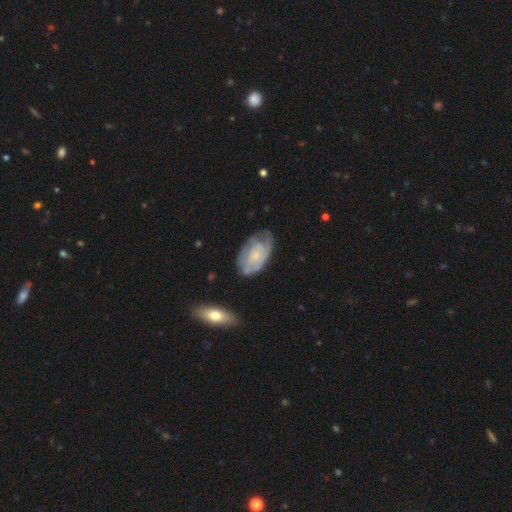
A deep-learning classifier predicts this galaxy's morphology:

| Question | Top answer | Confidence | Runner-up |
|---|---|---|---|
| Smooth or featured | featured or disk | 67% | smooth (27%) |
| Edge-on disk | no | 95% | yes (5%) |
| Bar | no | 73% | weak (23%) |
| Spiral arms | yes | 81% | no (19%) |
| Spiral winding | tight | 59% | medium (29%) |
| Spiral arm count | can't tell | 46% | 2 (26%) |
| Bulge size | small | 62% | moderate (21%) |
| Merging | none | 59% | minor disturbance (27%) |